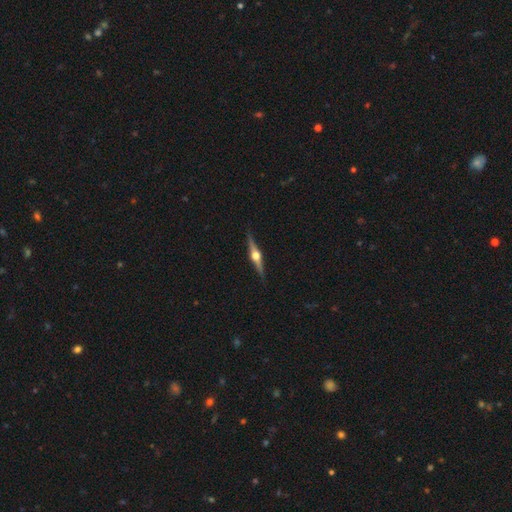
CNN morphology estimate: smooth-or-featured: featured or disk: 82% | smooth: 13% | star or artifact: 5%
  disk-edge-on: yes: 98% | no: 2%
    edge-on-bulge: rounded: 96% | boxy: 2% | none: 1%
  merging: none: 91% | minor disturbance: 7% | major disturbance: 1% | merger: 1%